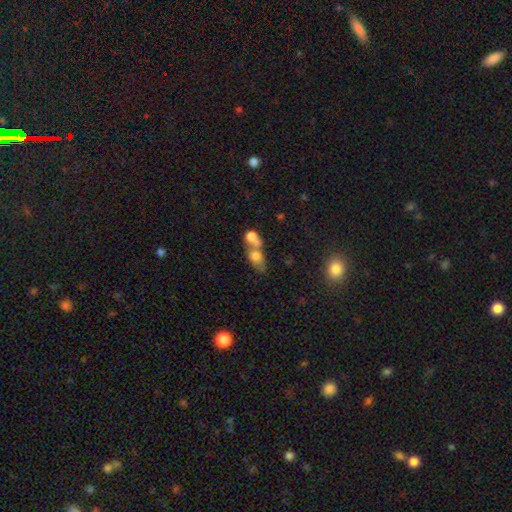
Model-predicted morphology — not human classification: Q: Smooth or featured?
A: smooth (67%); runner-up: featured or disk (22%)
Q: How rounded?
A: in between (54%); runner-up: round (41%)
Q: Merging?
A: merger (61%); runner-up: none (26%)